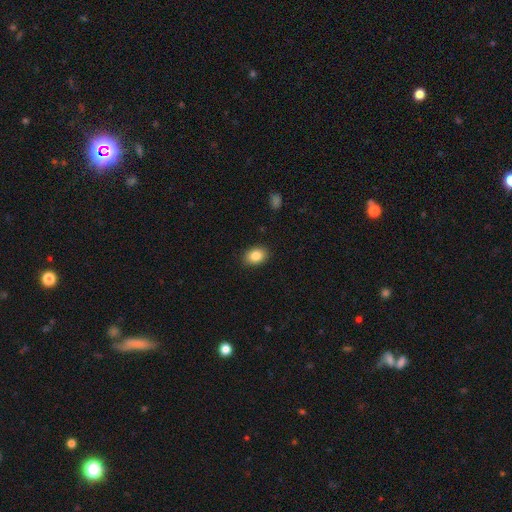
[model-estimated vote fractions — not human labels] smooth_or_featured: smooth (p=0.85) [alt: star or artifact p=0.08]
how_rounded: in between (p=0.73) [alt: round p=0.26]
merging: none (p=0.89) [alt: minor disturbance p=0.08]